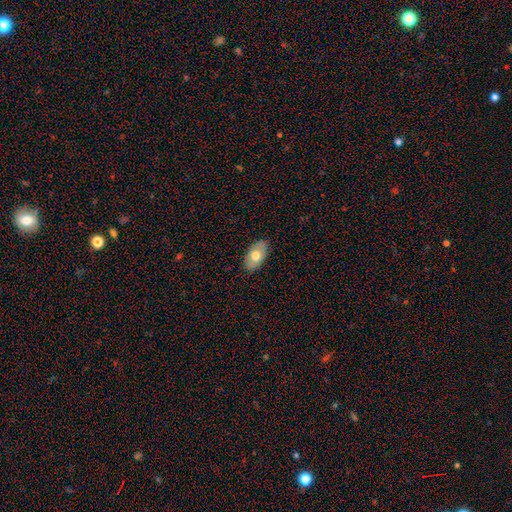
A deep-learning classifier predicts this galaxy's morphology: type=smooth (67%); roundness=in between (93%); merging=none (85%).